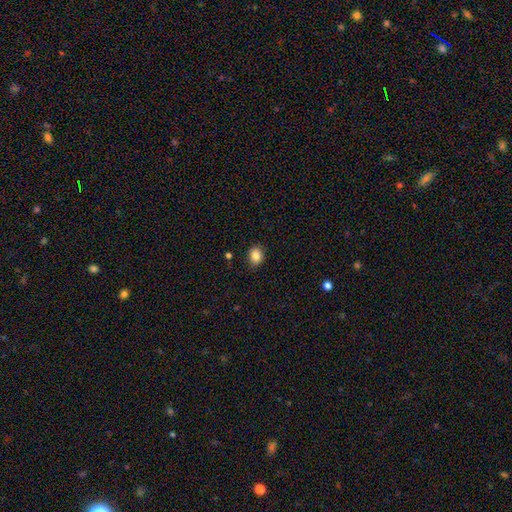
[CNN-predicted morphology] type=smooth (85%); roundness=in between (51%); merging=none (87%).